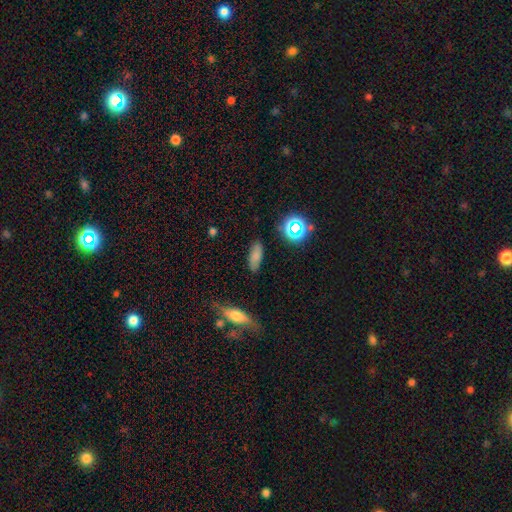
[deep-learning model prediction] The model was most divided on "how rounded": in between: 72%, cigar-shaped: 24%, round: 4%. More confident: merging — none (81%); smooth or featured — smooth (76%).